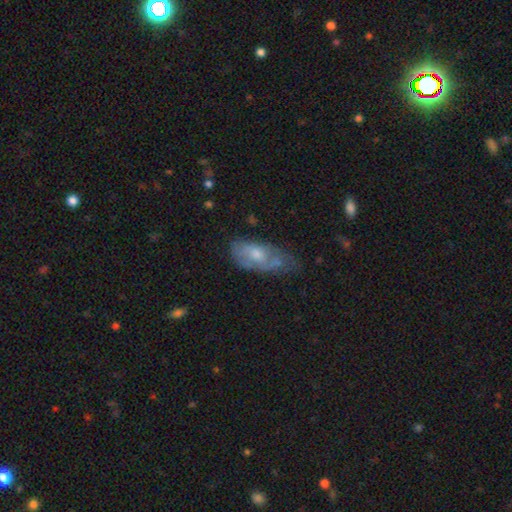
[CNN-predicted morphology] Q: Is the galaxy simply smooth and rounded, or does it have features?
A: smooth — 48%.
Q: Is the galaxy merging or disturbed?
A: none — 39%.